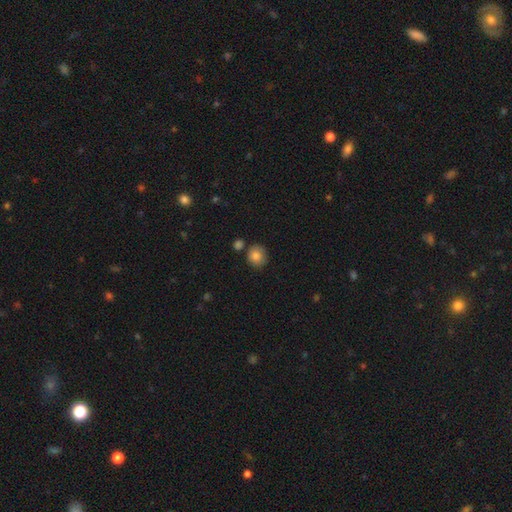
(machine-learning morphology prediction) Smooth or featured? Predicted: smooth (p=0.85). How rounded? Predicted: round (p=0.83). Merging? Predicted: none (p=0.77).